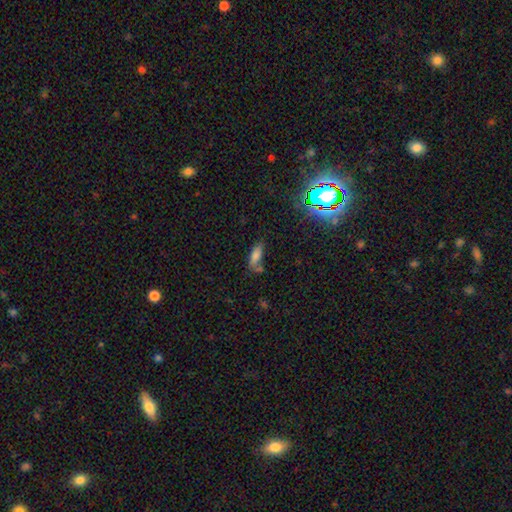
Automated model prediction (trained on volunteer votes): Smooth or featured? Predicted: smooth (p=0.71). How rounded? Predicted: in between (p=0.69). Merging? Predicted: none (p=0.46).